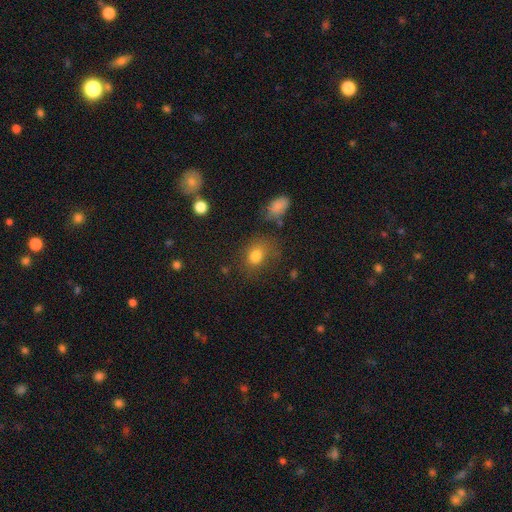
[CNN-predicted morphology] This appears to be a smooth galaxy with no disk features (79%) that is in between round and cigar-shaped (55%). Merging: none (61%).